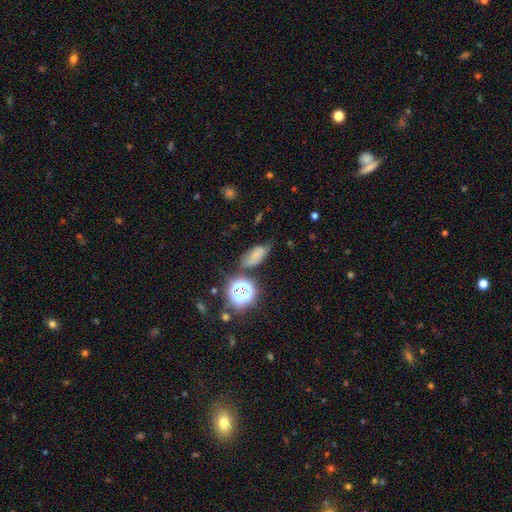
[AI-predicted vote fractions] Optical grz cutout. It shows a smooth galaxy with no disk features (56%) that is in between round and cigar-shaped (81%). Merging: none (58%).